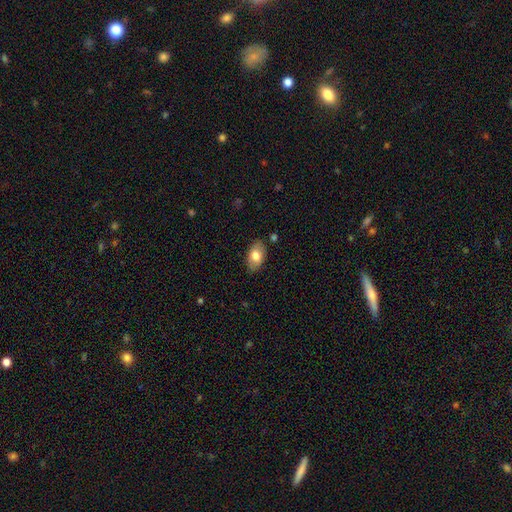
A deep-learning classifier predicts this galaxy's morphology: A smooth galaxy with no disk features (76%) that is in between round and cigar-shaped (92%). Merging: none (85%).